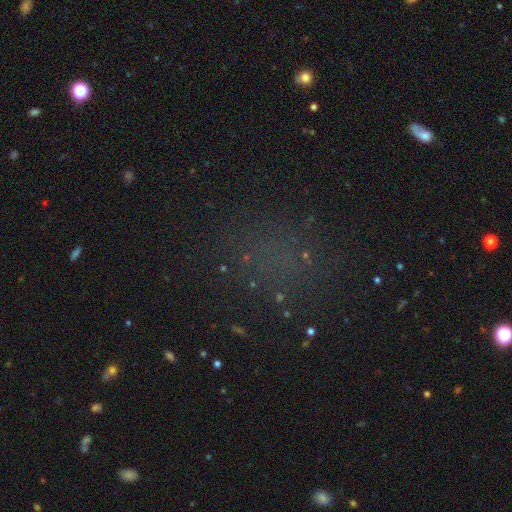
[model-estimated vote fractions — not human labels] smooth-or-featured: star or artifact: 49% | smooth: 35% | featured or disk: 16%